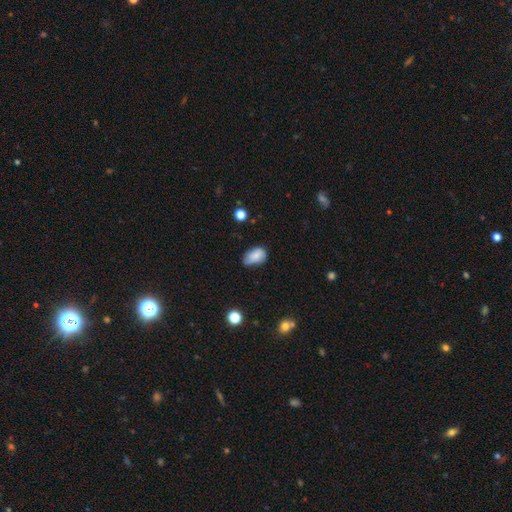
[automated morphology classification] smooth_or_featured: smooth (p=0.75) [alt: featured or disk p=0.16]
how_rounded: in between (p=0.88) [alt: round p=0.11]
merging: none (p=0.45) [alt: minor disturbance p=0.44]